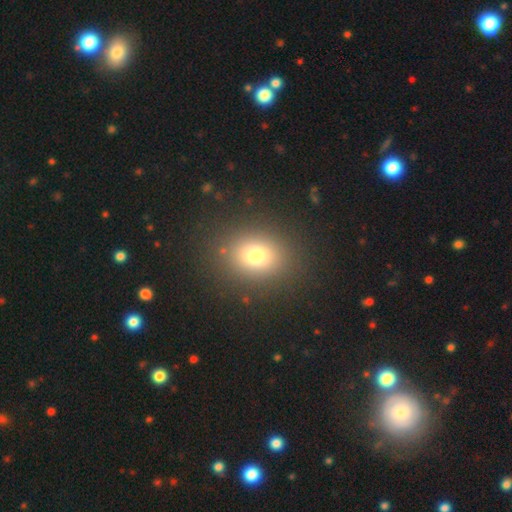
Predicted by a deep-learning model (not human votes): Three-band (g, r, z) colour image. It shows a smooth galaxy with no disk features (75%) that is round (57%). Merging: none (87%).